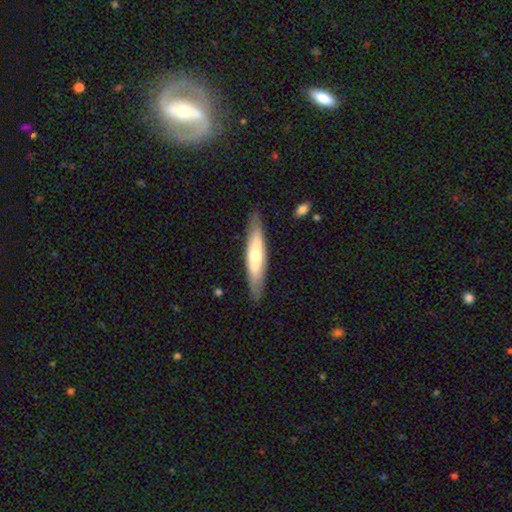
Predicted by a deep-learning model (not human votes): A smooth galaxy with no disk features (48%). Merging: none (86%).